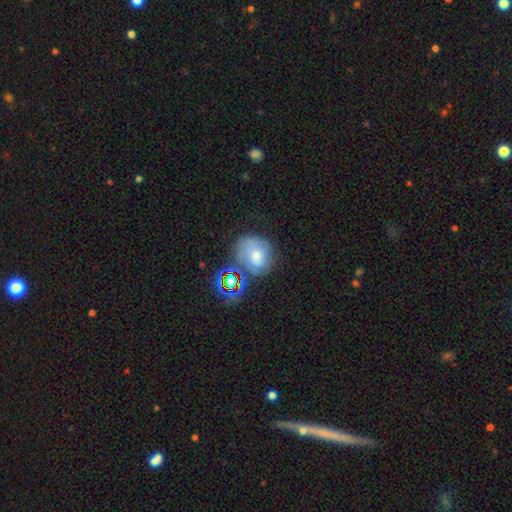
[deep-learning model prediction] Q: Smooth or featured?
A: smooth (40%); runner-up: featured or disk (36%)
Q: Merging?
A: none (53%); runner-up: minor disturbance (22%)